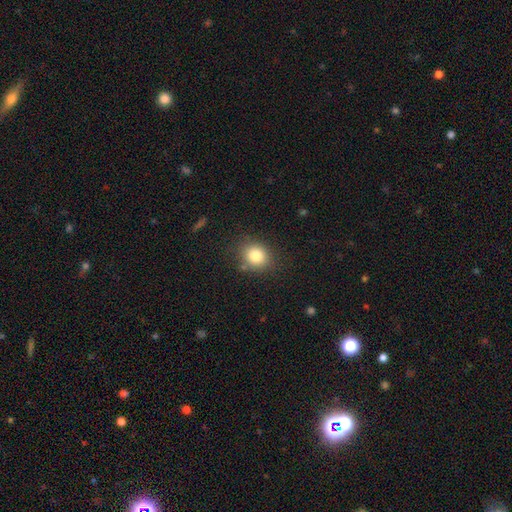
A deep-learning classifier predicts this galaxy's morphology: smooth-or-featured: smooth: 81% | star or artifact: 11% | featured or disk: 8%
  how-rounded: round: 69% | in between: 30% | cigar-shaped: 1%
  merging: none: 82% | minor disturbance: 12% | major disturbance: 4% | merger: 3%